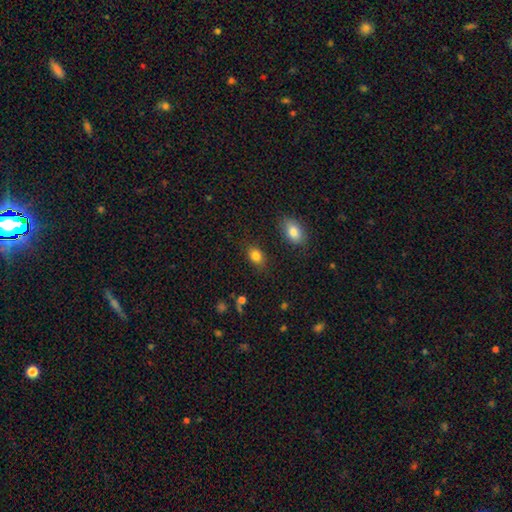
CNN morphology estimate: This appears to be a smooth galaxy with no disk features (84%) that is in between round and cigar-shaped (71%). Merging: none (79%).